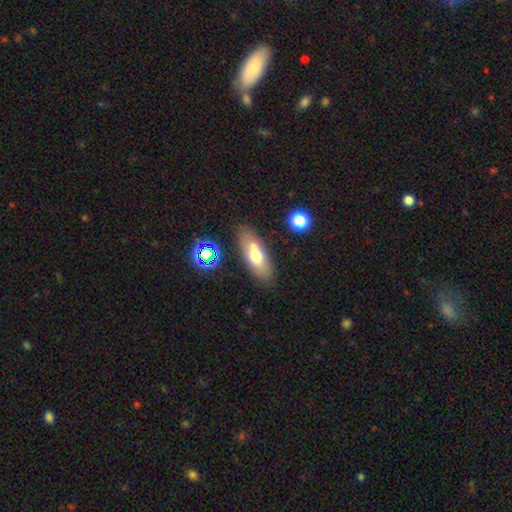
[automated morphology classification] Smooth or featured? Predicted: smooth (p=0.64). How rounded? Predicted: in between (p=0.72). Merging? Predicted: none (p=0.71).